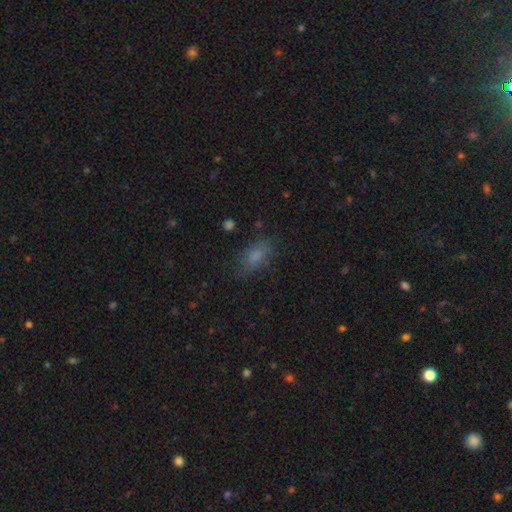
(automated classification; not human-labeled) Morphology: type=smooth (78%); roundness=in between (84%); merging=none (74%).